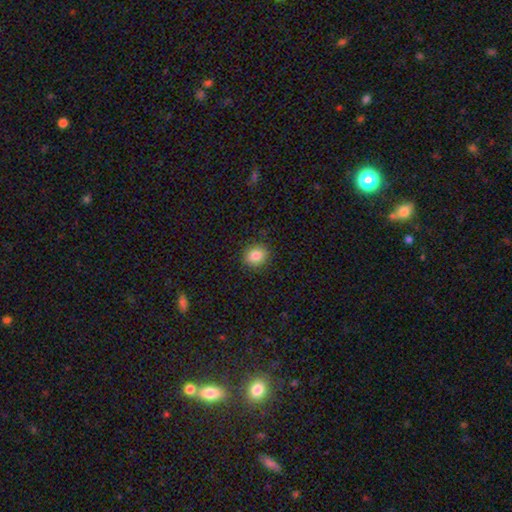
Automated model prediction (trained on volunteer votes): A smooth galaxy with no disk features (84%) that is round (77%).

Vote fractions:
- Smooth or featured? smooth: 84% / star or artifact: 10% / featured or disk: 6%
- How rounded? round: 77% / in between: 22% / cigar-shaped: 1%
- Merging? none: 89% / minor disturbance: 8% / major disturbance: 2% / merger: 1%